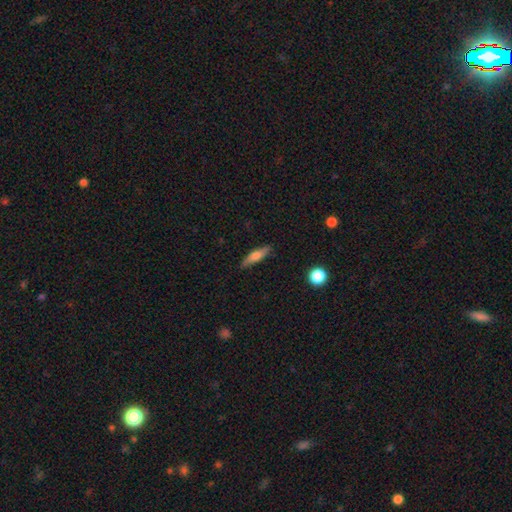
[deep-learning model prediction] The model was most divided on "smooth or featured": smooth: 63%, featured or disk: 30%, star or artifact: 7%. More confident: merging — none (85%); how rounded — cigar-shaped (69%).